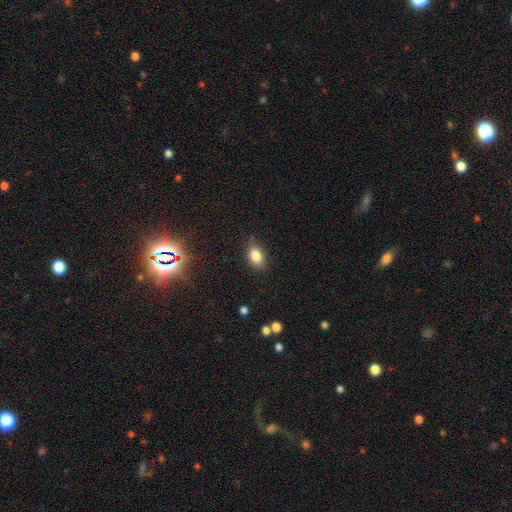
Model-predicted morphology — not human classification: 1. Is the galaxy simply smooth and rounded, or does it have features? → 83% smooth, 10% star or artifact, 7% featured or disk.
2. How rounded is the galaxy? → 84% in between, 15% round, 2% cigar-shaped.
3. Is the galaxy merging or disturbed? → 80% none, 15% minor disturbance, 3% major disturbance, 2% merger.